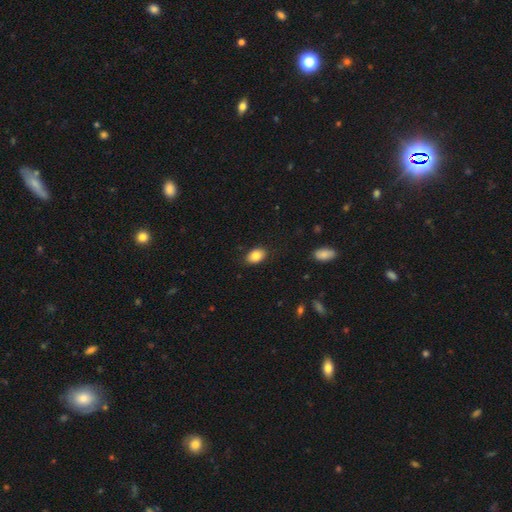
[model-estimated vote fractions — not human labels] Smooth or featured? smooth (85%)
How rounded? in between (85%)
Merging? none (86%)